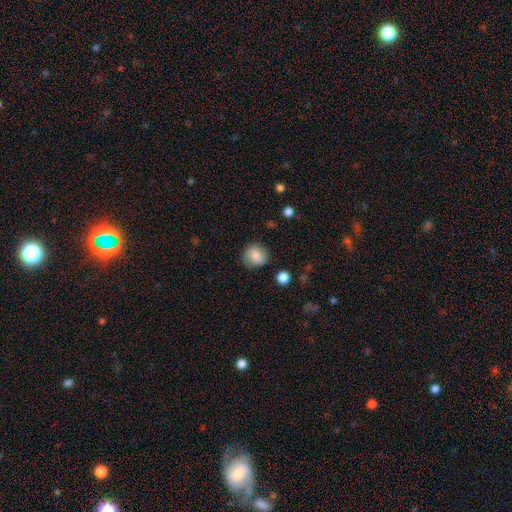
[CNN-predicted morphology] A smooth galaxy with no disk features (82%) that is round (88%). Merging: none (80%).